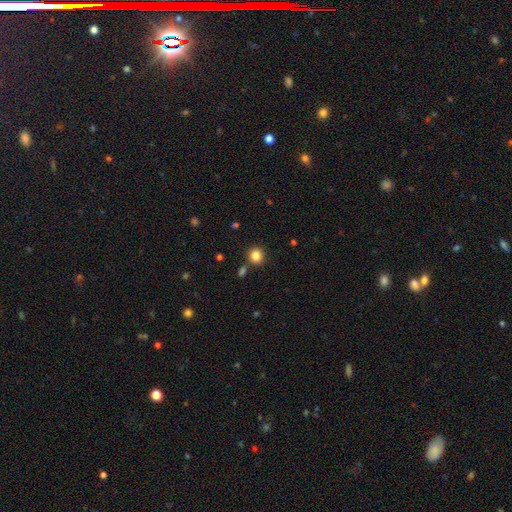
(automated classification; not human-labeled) Overall: smooth (84%). How rounded: round (88%). Merging: none (83%).